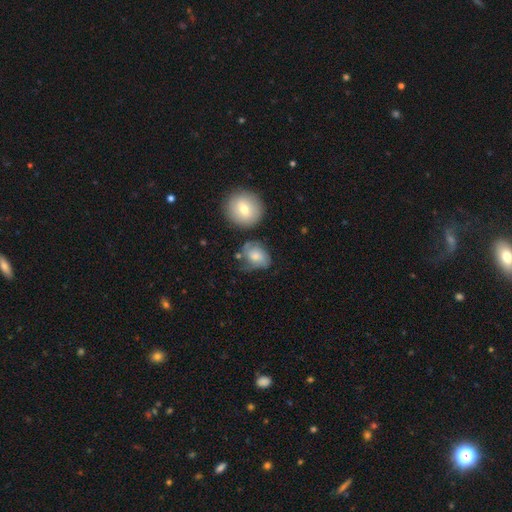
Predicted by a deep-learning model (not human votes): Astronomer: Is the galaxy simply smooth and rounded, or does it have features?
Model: smooth — 52% (runner-up: featured or disk, 39%).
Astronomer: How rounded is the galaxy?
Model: in between — 54% (runner-up: round, 45%).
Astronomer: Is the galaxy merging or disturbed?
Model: none — 49% (runner-up: minor disturbance, 26%).